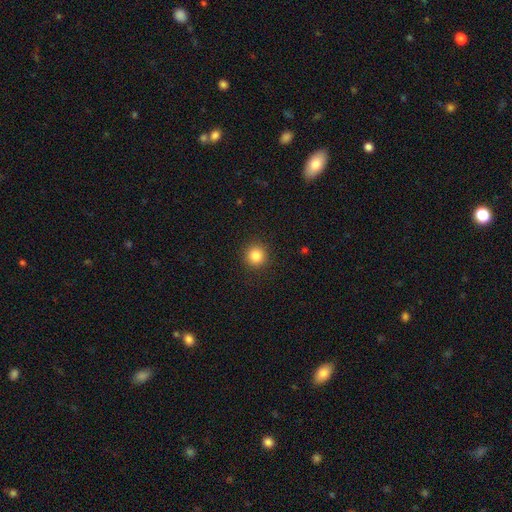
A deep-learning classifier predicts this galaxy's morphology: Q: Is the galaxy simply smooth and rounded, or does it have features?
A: smooth — 85%.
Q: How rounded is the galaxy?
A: round — 94%.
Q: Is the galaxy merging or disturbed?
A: none — 91%.